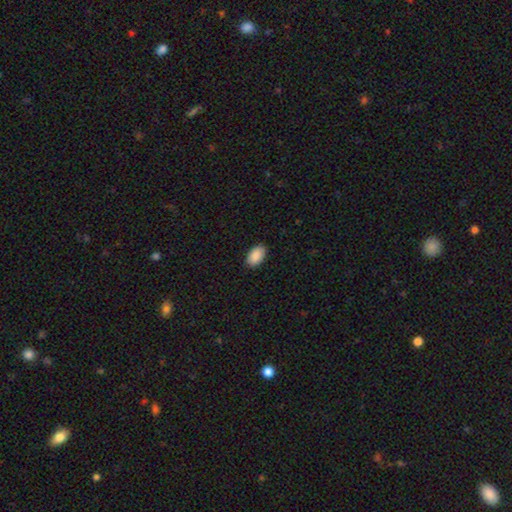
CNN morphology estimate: Overall: smooth (90%). How rounded: in between (94%). Merging: none (89%).